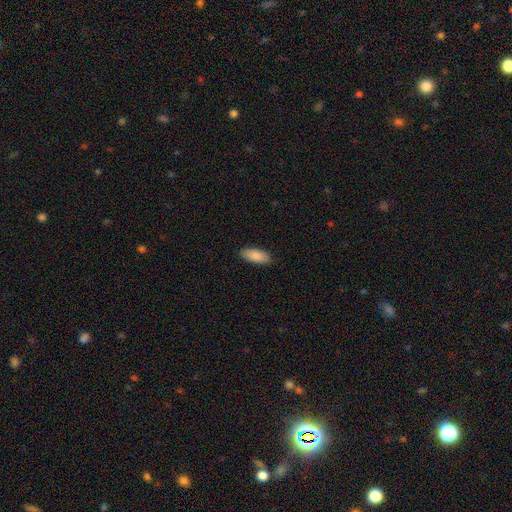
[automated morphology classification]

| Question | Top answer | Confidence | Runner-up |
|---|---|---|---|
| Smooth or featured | smooth | 89% | star or artifact (6%) |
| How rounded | in between | 82% | cigar-shaped (16%) |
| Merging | none | 90% | minor disturbance (8%) |